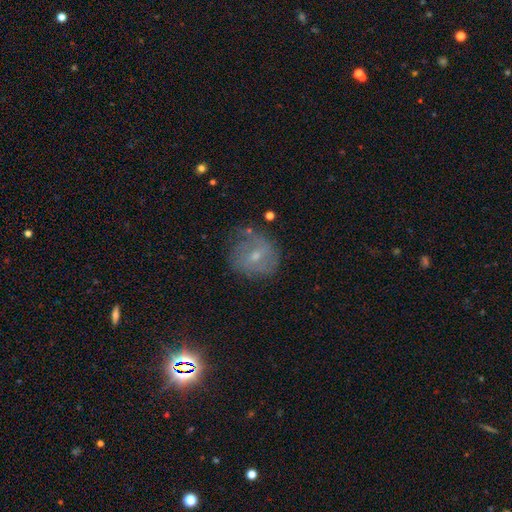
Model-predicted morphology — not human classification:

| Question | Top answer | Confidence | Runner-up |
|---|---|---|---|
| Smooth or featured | featured or disk | 47% | smooth (42%) |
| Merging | none | 59% | minor disturbance (25%) |